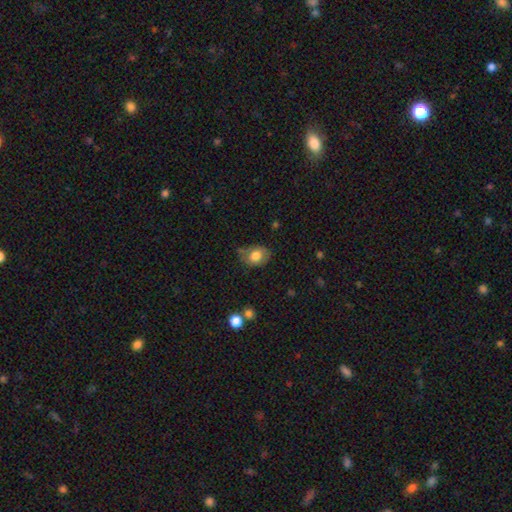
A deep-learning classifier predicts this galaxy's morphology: This appears to be a smooth galaxy with no disk features (74%) that is in between round and cigar-shaped (69%). Merging: none (64%).